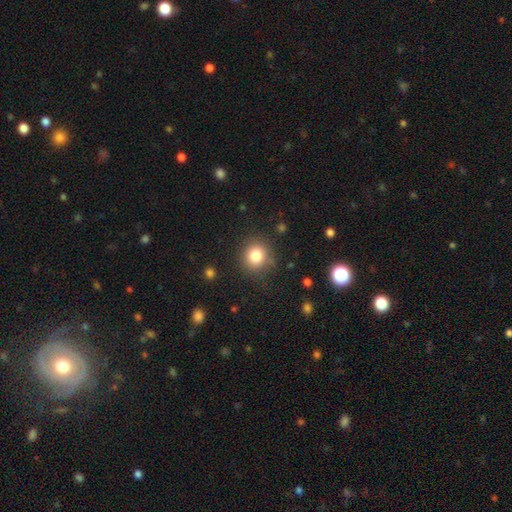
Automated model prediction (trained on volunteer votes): smooth-or-featured: smooth: 82% | star or artifact: 11% | featured or disk: 7%
  how-rounded: round: 87% | in between: 12% | cigar-shaped: 1%
  merging: none: 85% | minor disturbance: 10% | major disturbance: 4% | merger: 2%